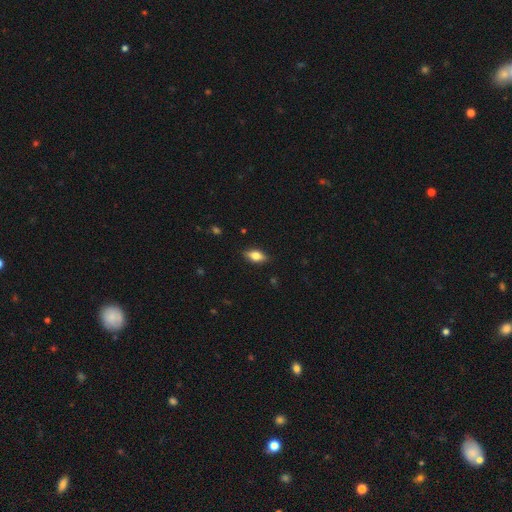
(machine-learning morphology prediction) A smooth galaxy with no disk features (67%) that is in between round and cigar-shaped (83%). Merging: none (85%).